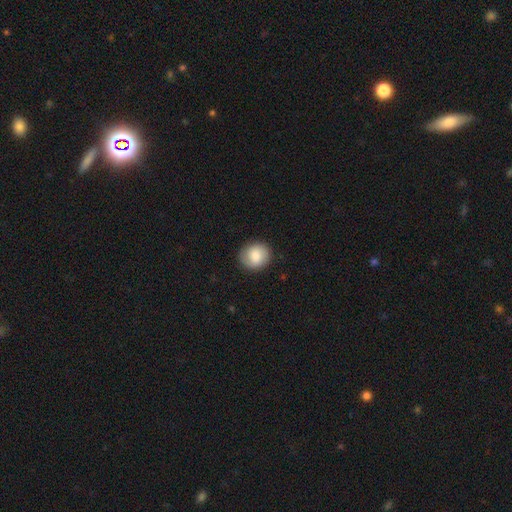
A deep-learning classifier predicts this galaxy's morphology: Q: Smooth or featured?
A: smooth (77%); runner-up: featured or disk (16%)
Q: How rounded?
A: round (76%); runner-up: in between (23%)
Q: Merging?
A: none (86%); runner-up: minor disturbance (10%)